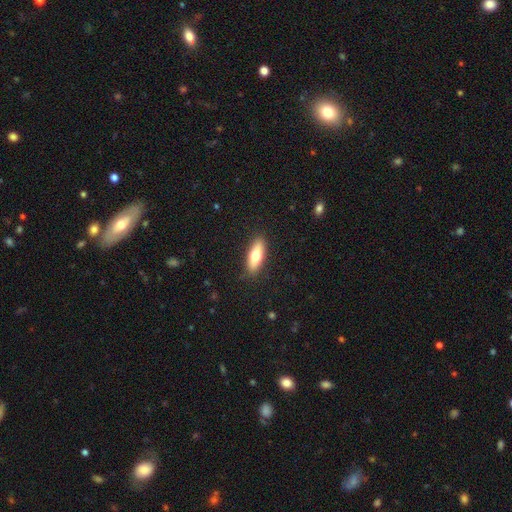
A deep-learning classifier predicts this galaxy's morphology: Smooth or featured? smooth (68%)
How rounded? in between (60%)
Merging? none (88%)